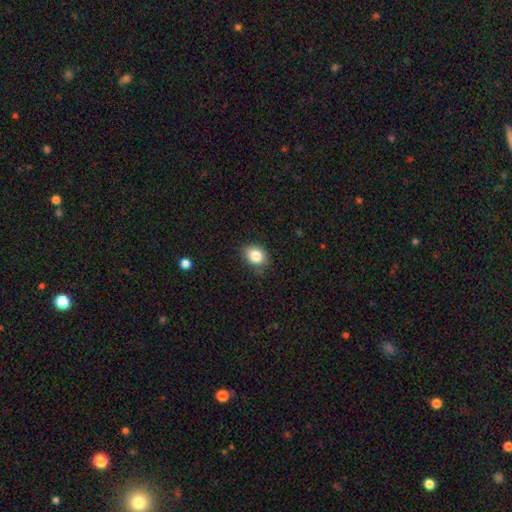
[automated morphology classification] smooth_or_featured: smooth (p=0.83) [alt: star or artifact p=0.10]
how_rounded: in between (p=0.57) [alt: round p=0.42]
merging: none (p=0.80) [alt: minor disturbance p=0.16]